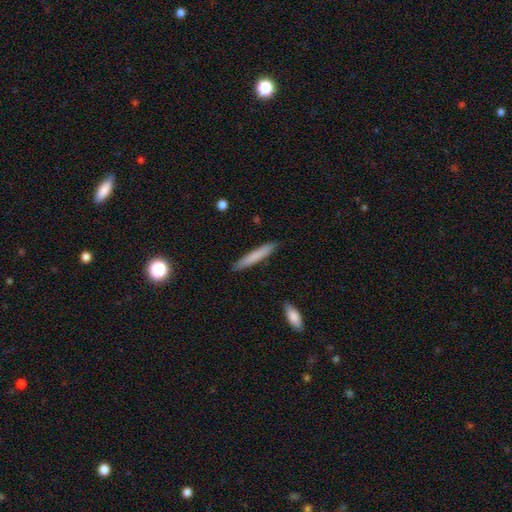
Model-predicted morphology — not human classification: smooth_or_featured: smooth (p=0.76) [alt: featured or disk p=0.18]
how_rounded: cigar-shaped (p=0.95) [alt: in between p=0.04]
merging: none (p=0.90) [alt: minor disturbance p=0.07]